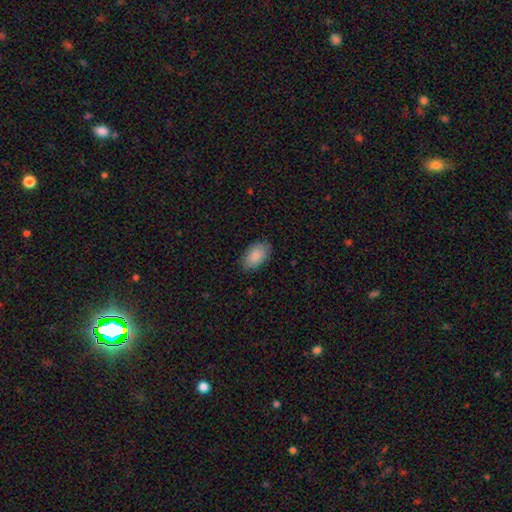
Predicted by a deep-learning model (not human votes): Q: Smooth or featured?
A: smooth (88%); runner-up: star or artifact (6%)
Q: How rounded?
A: in between (93%); runner-up: round (5%)
Q: Merging?
A: none (82%); runner-up: minor disturbance (14%)